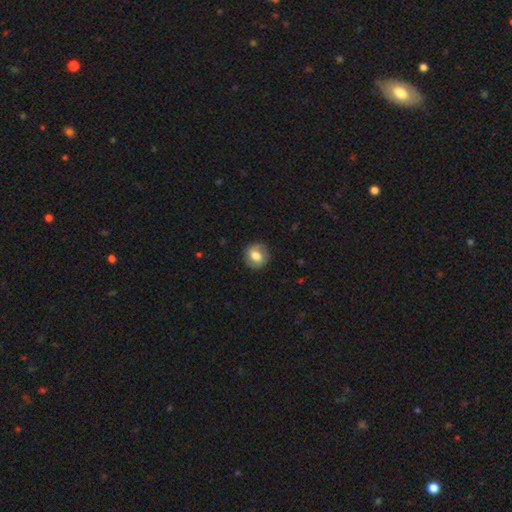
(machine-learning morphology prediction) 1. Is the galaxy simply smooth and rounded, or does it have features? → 68% smooth, 24% featured or disk, 8% star or artifact.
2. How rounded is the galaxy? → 78% round, 21% in between, 1% cigar-shaped.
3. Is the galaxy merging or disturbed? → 86% none, 10% minor disturbance, 3% major disturbance, 1% merger.